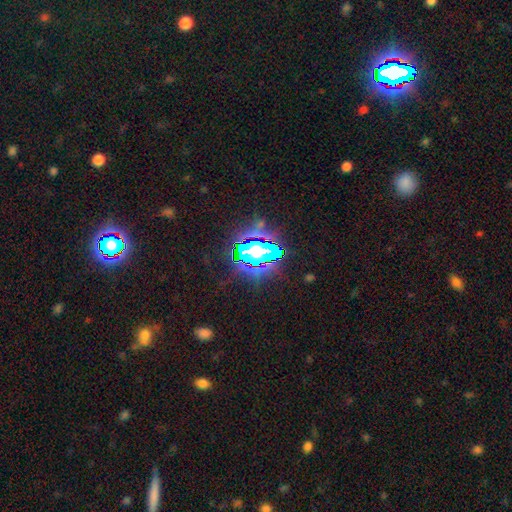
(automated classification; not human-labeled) Morphology: type=star or artifact (73%).